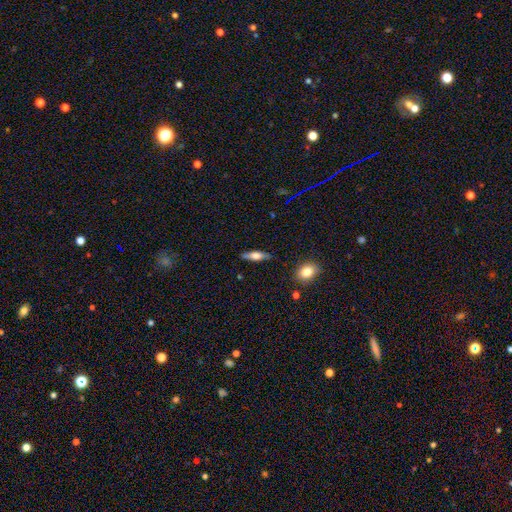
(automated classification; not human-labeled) A smooth galaxy with no disk features (50%). Merging: none (84%).